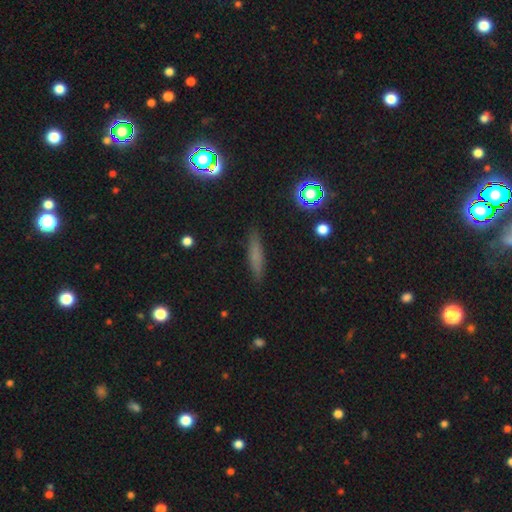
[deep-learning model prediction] Smooth or featured?
  - smooth: 66% *
  - featured or disk: 20%
  - star or artifact: 14%
How rounded?
  - cigar-shaped: 84% *
  - in between: 13%
  - round: 3%
Merging?
  - none: 87% *
  - minor disturbance: 10%
  - major disturbance: 2%
  - merger: 1%